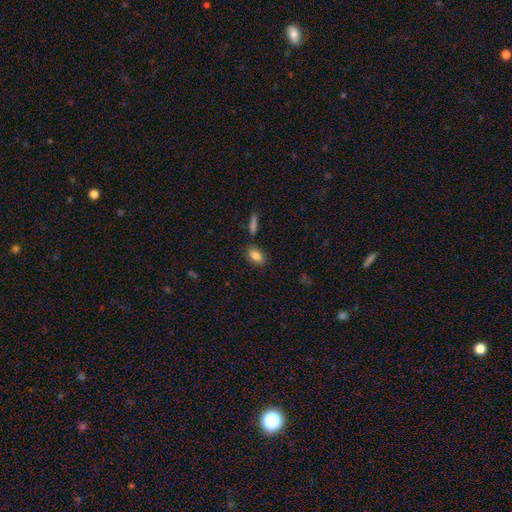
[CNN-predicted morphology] smooth_or_featured: smooth (p=0.85) [alt: star or artifact p=0.08]
how_rounded: in between (p=0.88) [alt: round p=0.07]
merging: none (p=0.82) [alt: minor disturbance p=0.11]